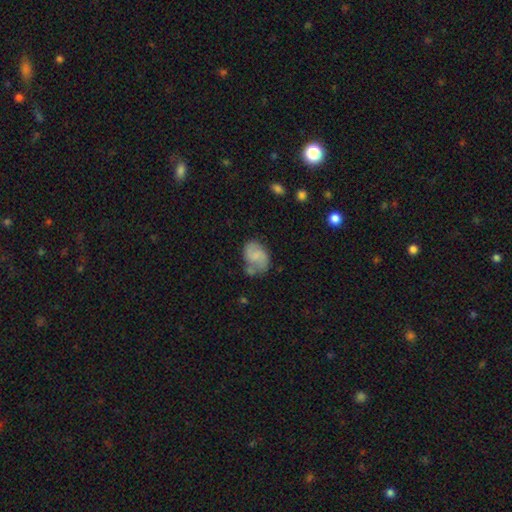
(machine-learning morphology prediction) The model was most divided on "bulge size": small: 40%, none: 39%, moderate: 17%, large: 3%, dominant: 1%. Remaining: edge-on disk — no (98%); spiral arms — yes (85%); smooth or featured — featured or disk (51%); bar — no (50%); merging — none (49%).